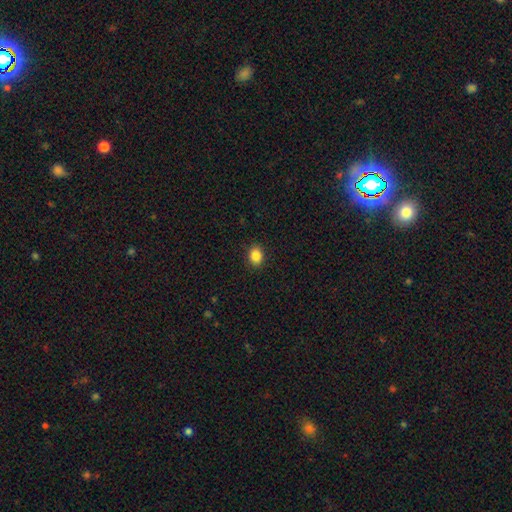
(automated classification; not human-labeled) Overall: smooth (87%). How rounded: in between (50%; round 49%). Merging: none (90%).